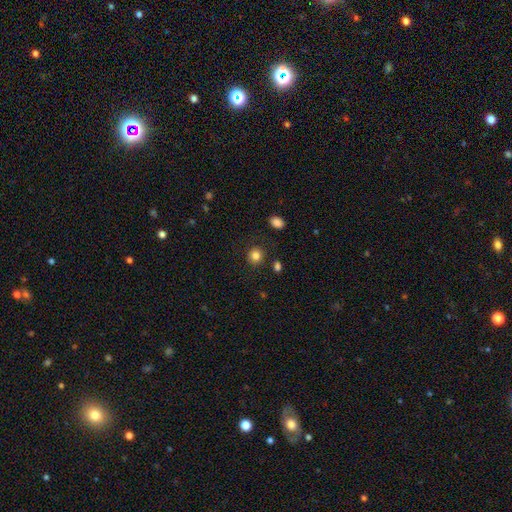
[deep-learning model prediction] smooth_or_featured: smooth (p=0.84) [alt: star or artifact p=0.11]
how_rounded: round (p=0.87) [alt: in between p=0.12]
merging: none (p=0.86) [alt: minor disturbance p=0.08]